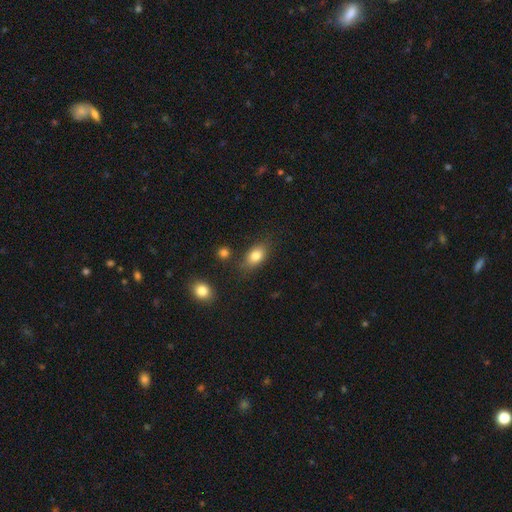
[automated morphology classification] This appears to be a smooth galaxy with no disk features (81%) that is in between round and cigar-shaped (81%). Merging: none (75%).